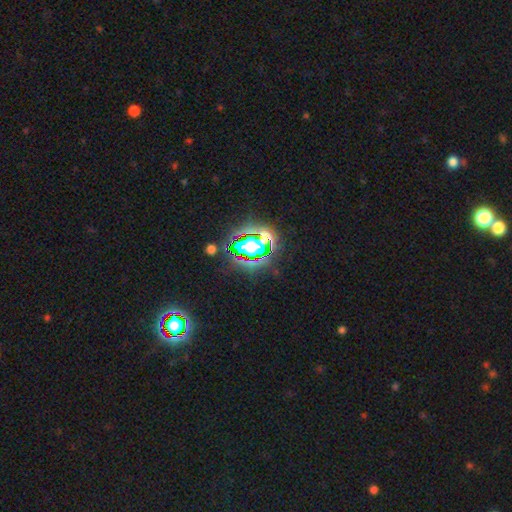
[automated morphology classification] Q: Smooth or featured?
A: star or artifact (82%); runner-up: smooth (11%)